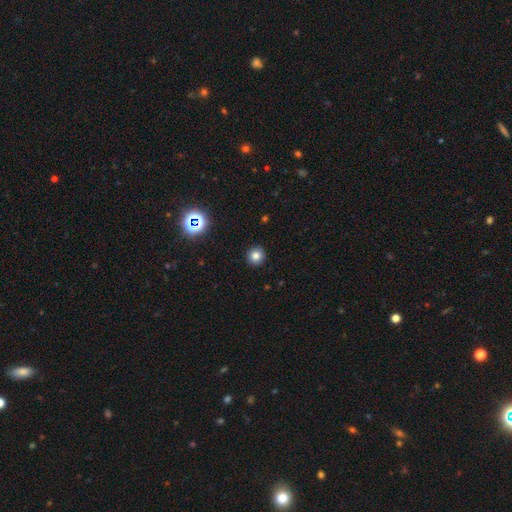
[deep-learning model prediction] The model was most divided on "smooth or featured": smooth: 80%, star or artifact: 14%, featured or disk: 6%. More confident: how rounded — round (94%); merging — none (92%).